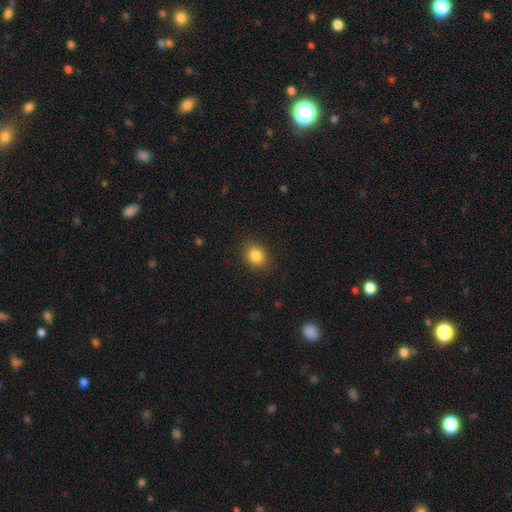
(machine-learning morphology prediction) Overall: smooth (84%). How rounded: round (51%; in between 48%). Merging: none (88%).